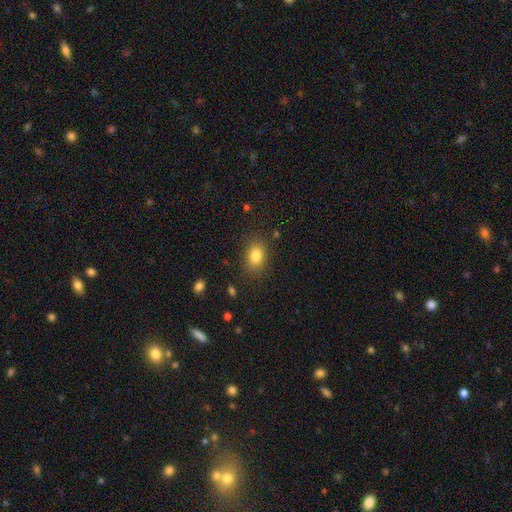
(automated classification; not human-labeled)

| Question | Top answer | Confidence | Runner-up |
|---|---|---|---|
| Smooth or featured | smooth | 83% | star or artifact (10%) |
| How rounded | in between | 76% | round (22%) |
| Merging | none | 84% | minor disturbance (11%) |